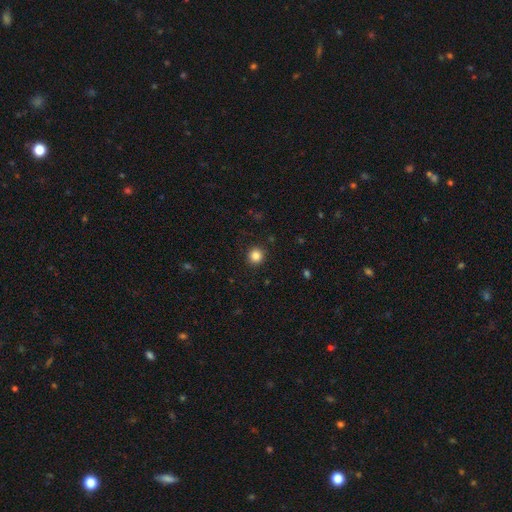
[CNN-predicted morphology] smooth_or_featured: smooth (p=0.85) [alt: star or artifact p=0.11]
how_rounded: round (p=0.94) [alt: in between p=0.05]
merging: none (p=0.92) [alt: minor disturbance p=0.05]